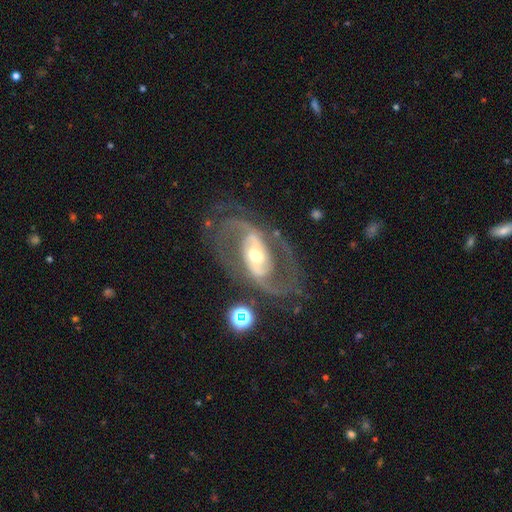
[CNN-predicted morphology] Smooth or featured? Predicted: featured or disk (p=0.88). Edge-on disk? Predicted: no (p=0.96). Bar? Predicted: strong (p=0.36). Spiral arms? Predicted: yes (p=0.93). Spiral winding? Predicted: medium (p=0.55). Spiral arm count? Predicted: 2 (p=0.87). Bulge size? Predicted: moderate (p=0.66). Merging? Predicted: none (p=0.71).